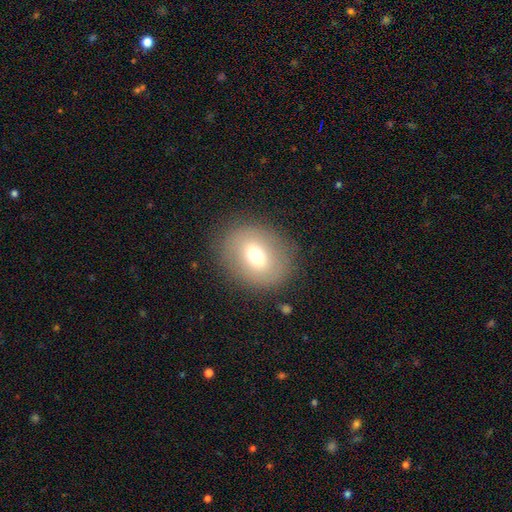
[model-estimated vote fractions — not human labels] Smooth or featured: smooth — 67% (featured or disk — 21%)
How rounded: round — 52% (in between — 47%)
Merging: none — 84% (minor disturbance — 10%)